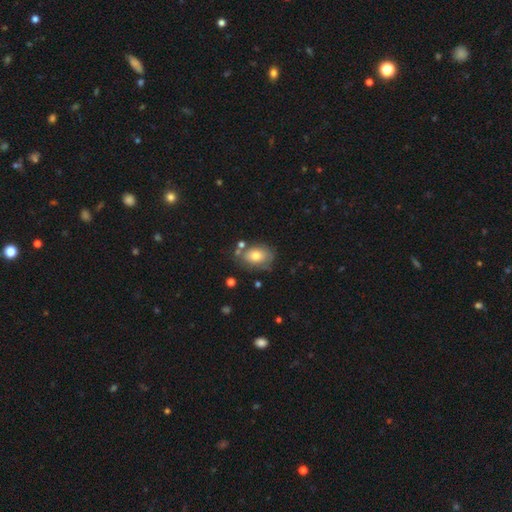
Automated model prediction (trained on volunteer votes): smooth_or_featured: smooth (p=0.71) [alt: featured or disk p=0.20]
how_rounded: in between (p=0.71) [alt: round p=0.28]
merging: none (p=0.61) [alt: minor disturbance p=0.22]